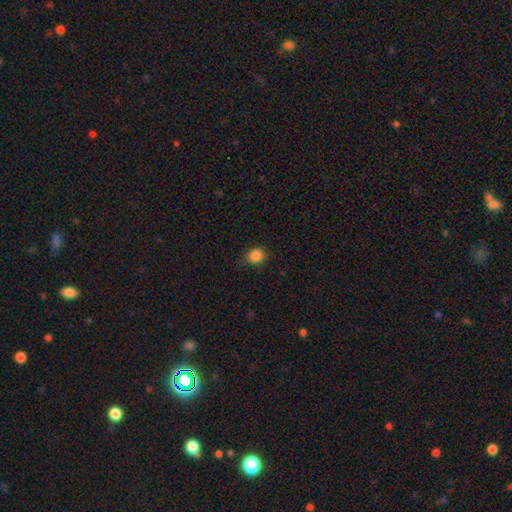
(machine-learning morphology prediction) smooth 86%, star or artifact 11%, featured or disk 3%. Down the decision tree: how rounded — round (81%); merging — none (82%).